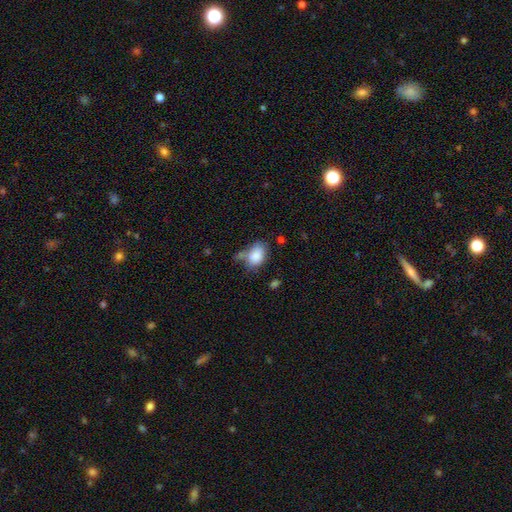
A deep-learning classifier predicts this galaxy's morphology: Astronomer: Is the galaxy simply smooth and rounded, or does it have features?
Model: smooth — 85%.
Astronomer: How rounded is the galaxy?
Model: in between — 82%.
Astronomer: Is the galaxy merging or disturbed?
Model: none — 48% (runner-up: minor disturbance, 26%).